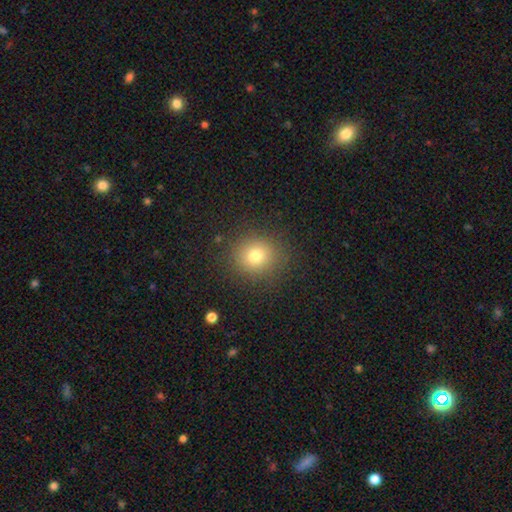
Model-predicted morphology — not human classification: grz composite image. It shows a smooth galaxy with no disk features (76%) that is round (87%). Merging: none (88%).